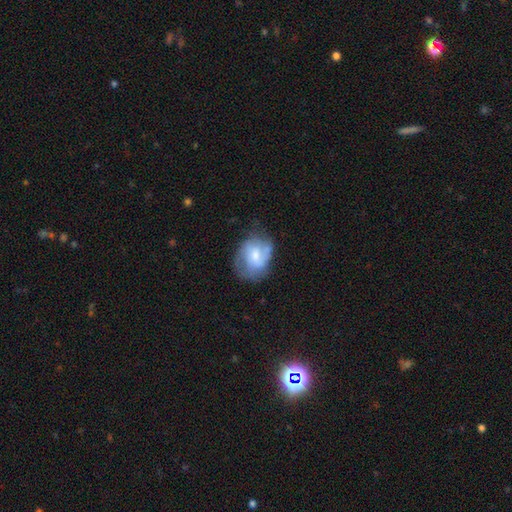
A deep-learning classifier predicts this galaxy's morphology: Smooth or featured? featured or disk (61%)
Edge-on disk? no (97%)
Bar? weak (49%)
Spiral arms? yes (83%)
Bulge size? moderate (47%)
Merging? none (55%)